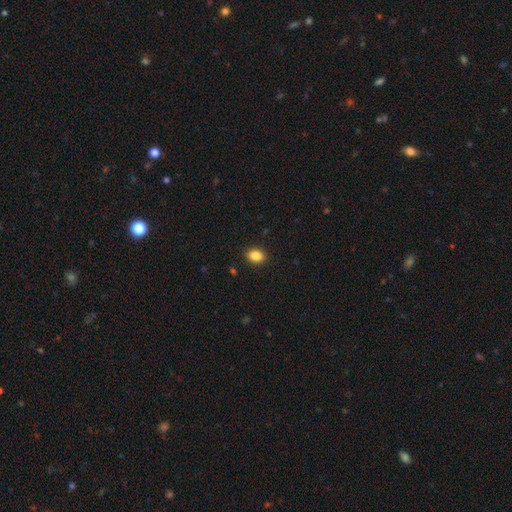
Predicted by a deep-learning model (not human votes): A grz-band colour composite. It shows a smooth galaxy with no disk features (86%) that is in between round and cigar-shaped (64%). Merging: none (90%).